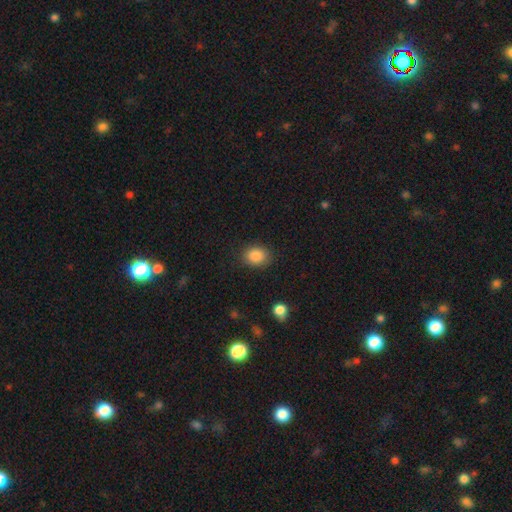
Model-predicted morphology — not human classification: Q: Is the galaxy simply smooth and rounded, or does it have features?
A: smooth — 86%.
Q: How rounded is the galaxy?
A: round — 54%.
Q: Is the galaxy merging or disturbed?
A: none — 85%.